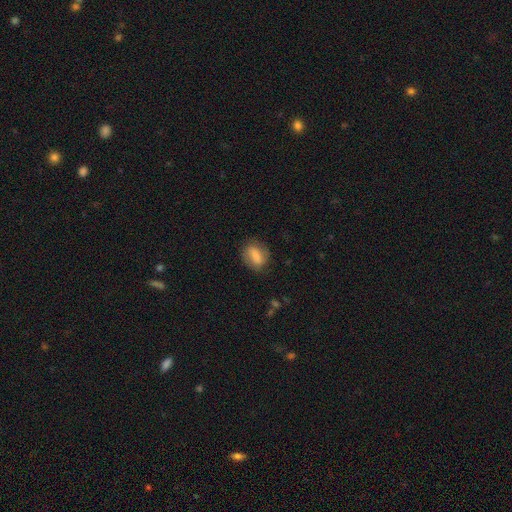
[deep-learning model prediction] smooth_or_featured: smooth (p=0.70) [alt: featured or disk p=0.22]
how_rounded: in between (p=0.73) [alt: round p=0.21]
merging: none (p=0.74) [alt: minor disturbance p=0.18]